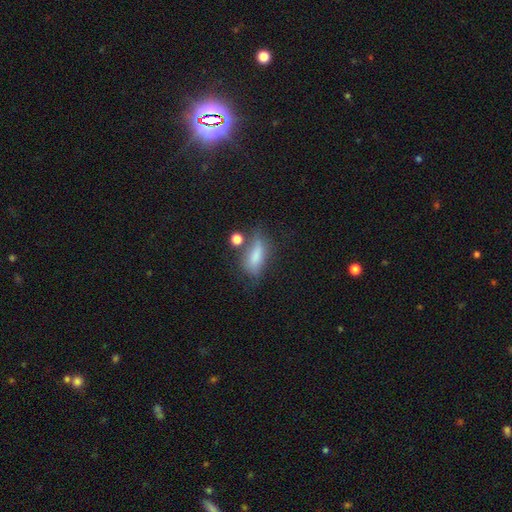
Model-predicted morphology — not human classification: Smooth or featured: smooth — 71% (featured or disk — 19%)
How rounded: in between — 68% (cigar-shaped — 26%)
Merging: none — 46% (minor disturbance — 26%)